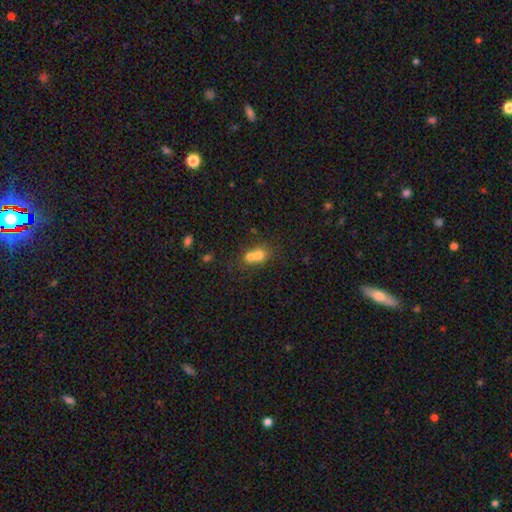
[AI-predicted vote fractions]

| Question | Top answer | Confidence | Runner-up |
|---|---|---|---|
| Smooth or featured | smooth | 70% | featured or disk (18%) |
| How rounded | round | 67% | in between (32%) |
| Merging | merger | 68% | none (24%) |